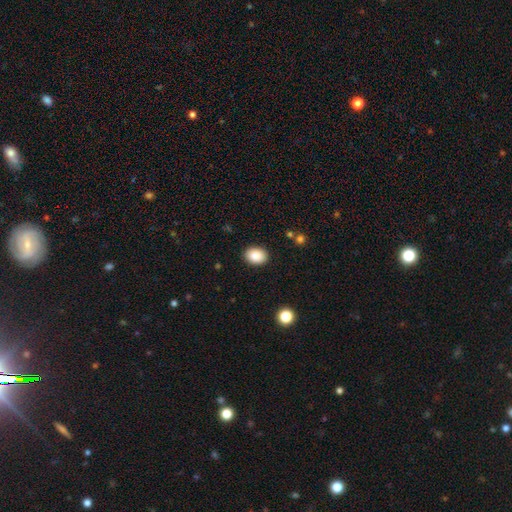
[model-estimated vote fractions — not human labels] This appears to be a smooth galaxy with no disk features (88%) that is in between round and cigar-shaped (65%). Merging: none (89%).